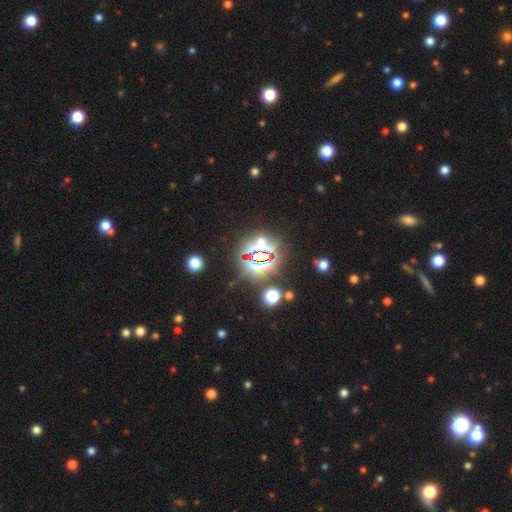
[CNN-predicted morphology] smooth-or-featured: star or artifact: 83% | smooth: 10% | featured or disk: 7%